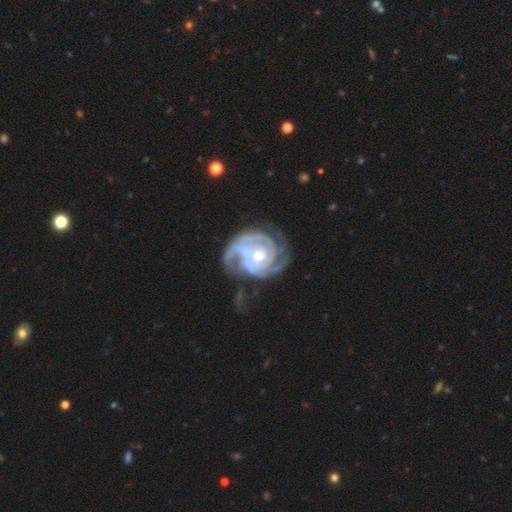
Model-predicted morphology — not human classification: This appears to be a featured or disk galaxy (91%) with no bar (69%), 2 (36%) tight (66%) spiral arms (97%) and a moderate central bulge (62%). Merging: none (55%).